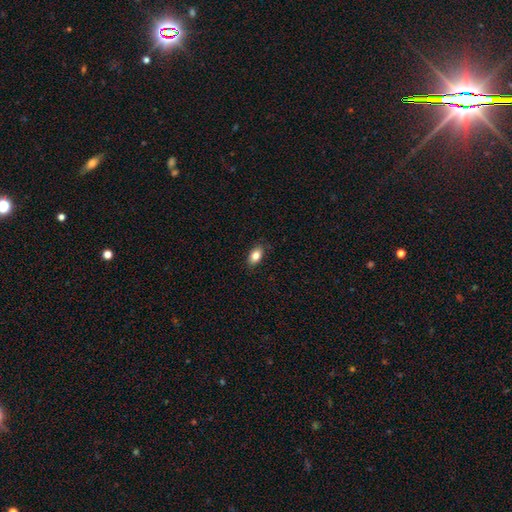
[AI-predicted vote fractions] A smooth galaxy with no disk features (84%) that is in between round and cigar-shaped (90%).

Vote fractions:
- Smooth or featured? smooth: 84% / featured or disk: 8% / star or artifact: 8%
- How rounded? in between: 90% / round: 7% / cigar-shaped: 3%
- Merging? none: 87% / minor disturbance: 10% / major disturbance: 2% / merger: 1%